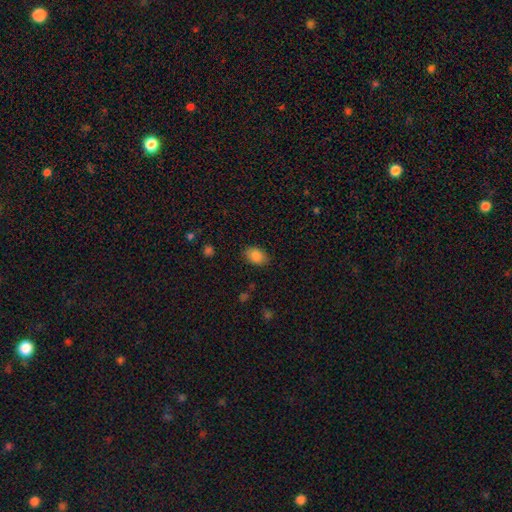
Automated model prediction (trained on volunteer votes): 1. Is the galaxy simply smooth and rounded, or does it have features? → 86% smooth, 8% star or artifact, 5% featured or disk.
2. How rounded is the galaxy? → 83% in between, 15% round, 1% cigar-shaped.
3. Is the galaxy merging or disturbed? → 84% none, 12% minor disturbance, 3% major disturbance, 1% merger.